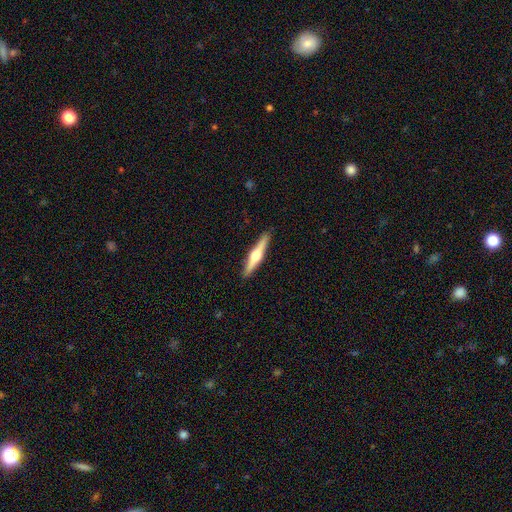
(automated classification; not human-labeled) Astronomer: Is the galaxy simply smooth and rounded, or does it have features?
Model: featured or disk — 67%.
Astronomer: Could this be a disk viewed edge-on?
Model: yes — 98%.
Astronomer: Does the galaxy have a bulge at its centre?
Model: rounded — 94%.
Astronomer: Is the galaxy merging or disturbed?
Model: none — 91%.